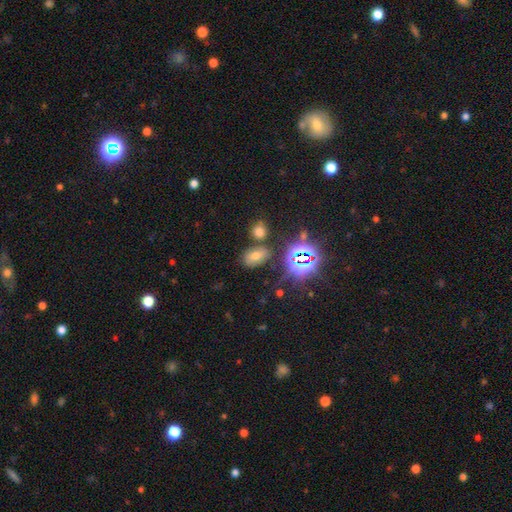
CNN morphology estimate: The model was most divided on "smooth or featured": smooth: 52%, star or artifact: 33%, featured or disk: 15%. More confident: how rounded — in between (85%); merging — none (70%).